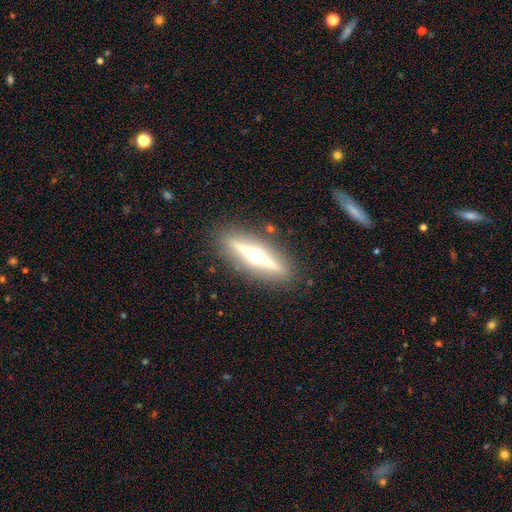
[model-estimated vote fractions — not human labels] smooth-or-featured: featured or disk: 78% | smooth: 16% | star or artifact: 6%
  disk-edge-on: yes: 96% | no: 4%
    edge-on-bulge: rounded: 95% | boxy: 3% | none: 3%
  merging: none: 89% | minor disturbance: 7% | major disturbance: 2% | merger: 2%